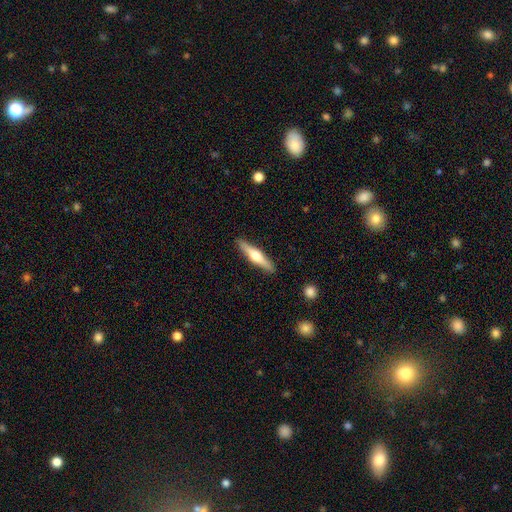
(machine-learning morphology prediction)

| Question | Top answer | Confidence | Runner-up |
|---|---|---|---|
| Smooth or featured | featured or disk | 58% | smooth (37%) |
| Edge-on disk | yes | 96% | no (4%) |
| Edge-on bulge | rounded | 93% | boxy (4%) |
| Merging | none | 91% | minor disturbance (7%) |